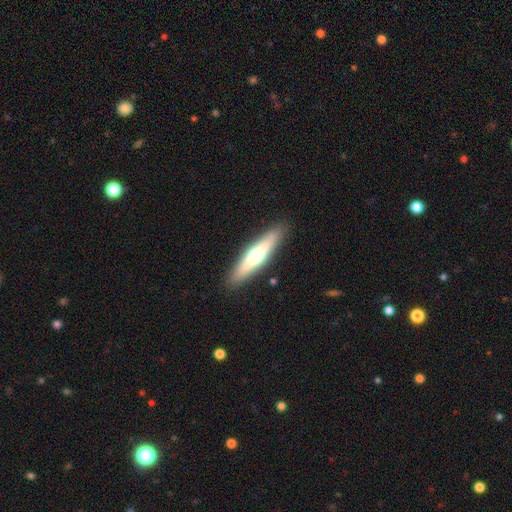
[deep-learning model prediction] This appears to be a featured or disk galaxy (48%). Merging: none (89%).